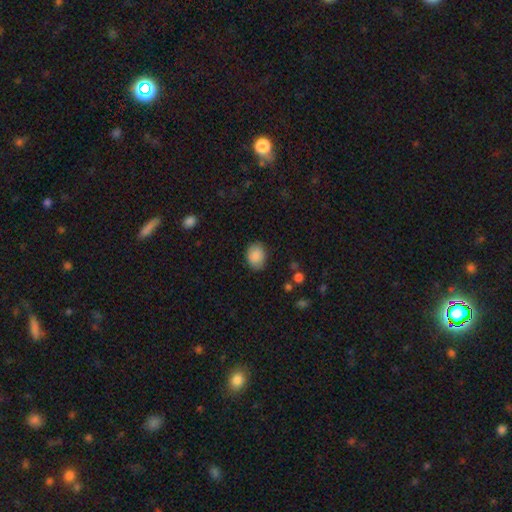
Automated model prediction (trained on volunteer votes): Morphology: type=smooth (88%); roundness=in between (64%); merging=none (84%).